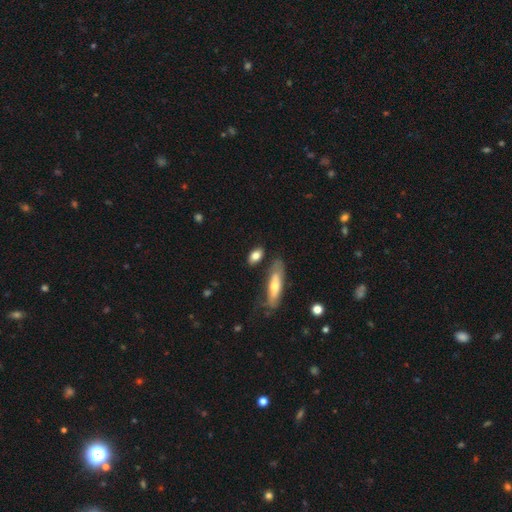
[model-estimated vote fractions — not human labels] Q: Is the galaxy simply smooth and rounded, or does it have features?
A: smooth — 75%.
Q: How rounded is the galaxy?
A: in between — 75%.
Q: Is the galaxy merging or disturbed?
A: none — 70%.